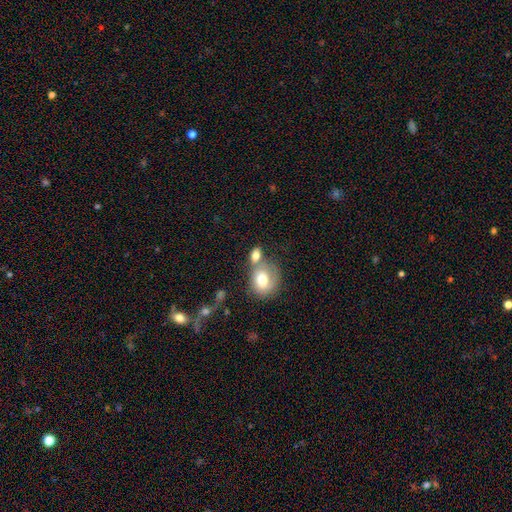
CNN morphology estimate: smooth-or-featured: smooth: 73% | featured or disk: 19% | star or artifact: 8%
  how-rounded: in between: 68% | round: 29% | cigar-shaped: 3%
  merging: merger: 50% | none: 33% | minor disturbance: 11% | major disturbance: 7%